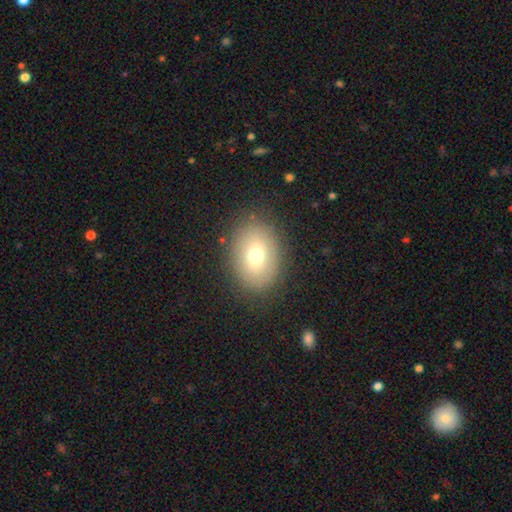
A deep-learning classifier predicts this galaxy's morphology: Smooth or featured? smooth (72%)
How rounded? in between (74%)
Merging? none (86%)